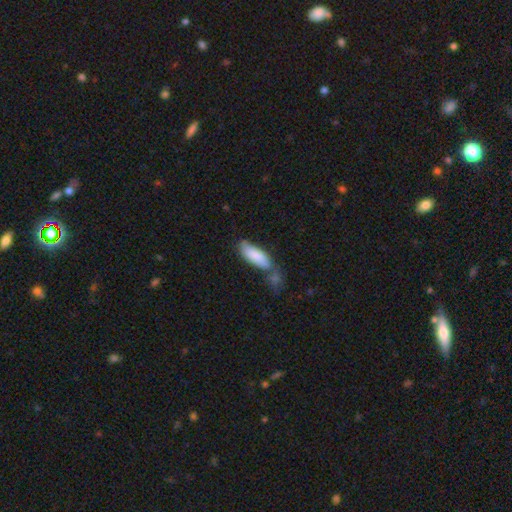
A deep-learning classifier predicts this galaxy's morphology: A smooth galaxy with no disk features (83%) that is in between round and cigar-shaped (72%). Merging: none (46%).